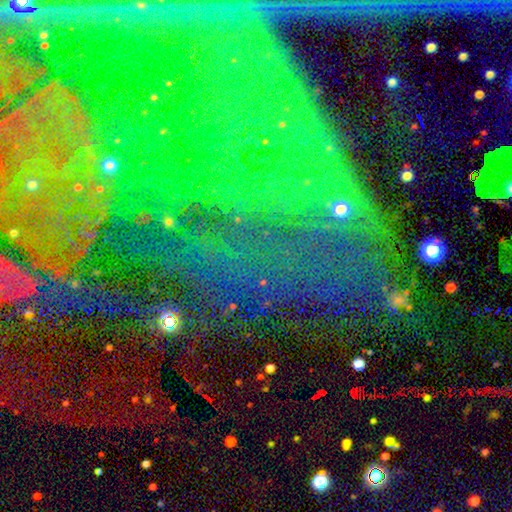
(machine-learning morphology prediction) smooth-or-featured: star or artifact: 71% | featured or disk: 17% | smooth: 12%